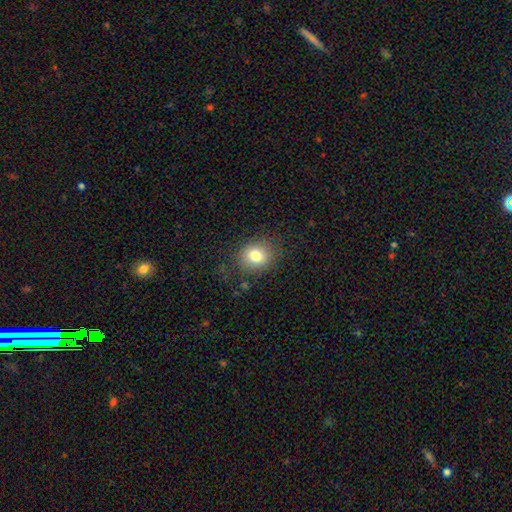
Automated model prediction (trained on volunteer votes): Smooth or featured: smooth — 80% (star or artifact — 11%)
How rounded: round — 71% (in between — 28%)
Merging: none — 84% (minor disturbance — 11%)